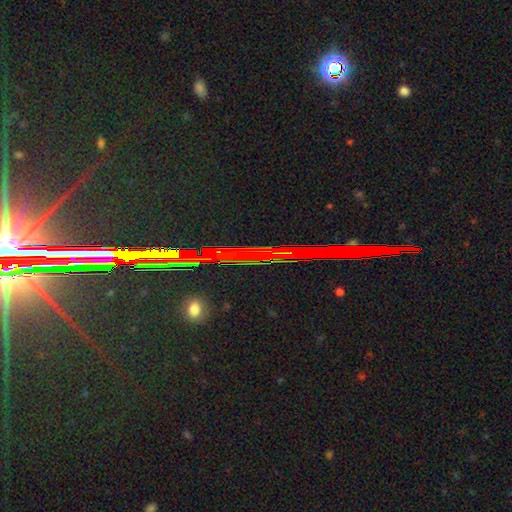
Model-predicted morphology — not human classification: Overall: star or artifact (80%).